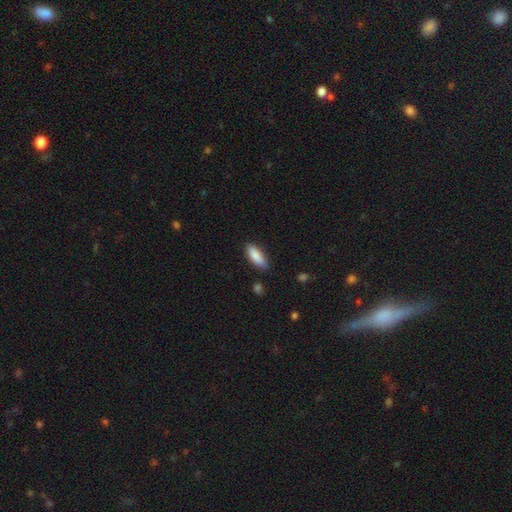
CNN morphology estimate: smooth 87%, featured or disk 7%, star or artifact 6%. Down the decision tree: how rounded — in between (71%); merging — none (82%).